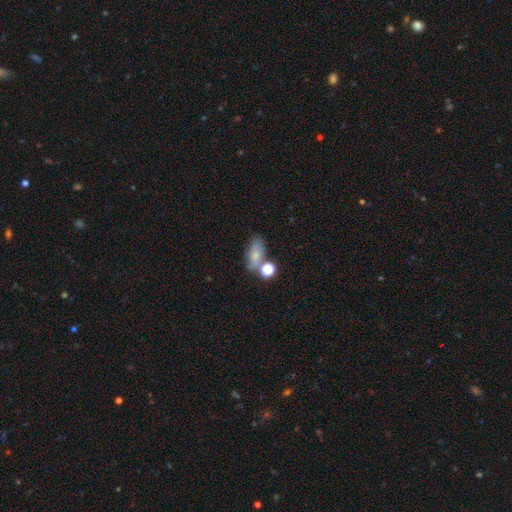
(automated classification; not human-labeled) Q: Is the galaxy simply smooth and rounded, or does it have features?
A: smooth — 63%.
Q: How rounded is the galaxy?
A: in between — 76%.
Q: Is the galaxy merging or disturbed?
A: none — 47%.